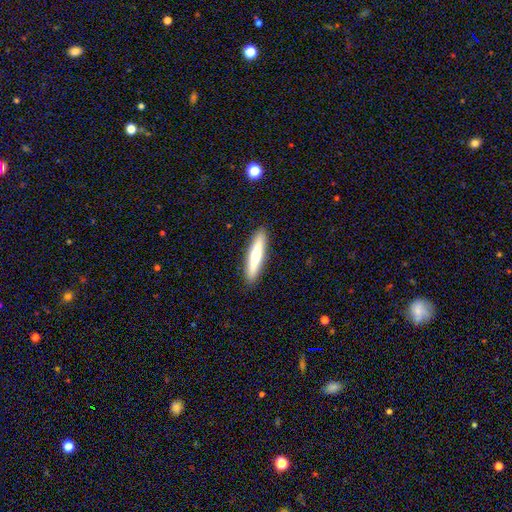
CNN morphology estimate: A smooth galaxy with no disk features (54%) that is cigar-shaped (89%). Merging: none (91%).